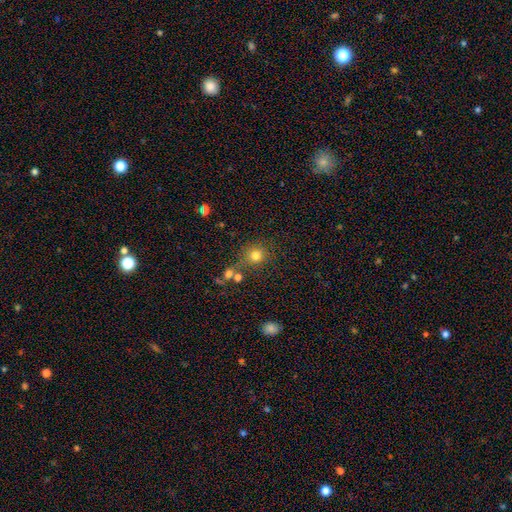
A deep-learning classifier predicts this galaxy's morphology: smooth_or_featured: smooth (p=0.78) [alt: star or artifact p=0.15]
how_rounded: round (p=0.89) [alt: in between p=0.11]
merging: none (p=0.75) [alt: merger p=0.10]